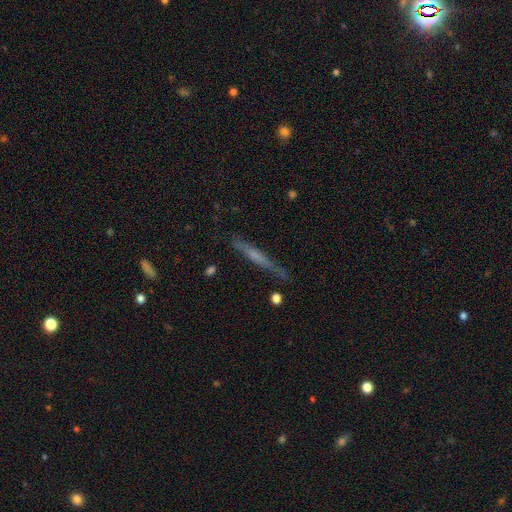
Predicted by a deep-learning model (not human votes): smooth-or-featured: featured or disk: 54% | smooth: 38% | star or artifact: 8%
  disk-edge-on: yes: 94% | no: 6%
    edge-on-bulge: none: 57% | rounded: 30% | boxy: 13%
  merging: none: 78% | minor disturbance: 16% | major disturbance: 4% | merger: 2%